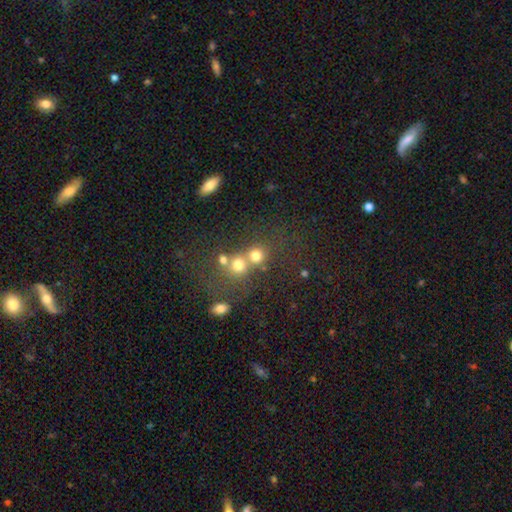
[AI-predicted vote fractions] smooth-or-featured: smooth: 73% | star or artifact: 17% | featured or disk: 10%
  how-rounded: round: 85% | in between: 14% | cigar-shaped: 1%
  merging: none: 46% | merger: 42% | minor disturbance: 7% | major disturbance: 5%